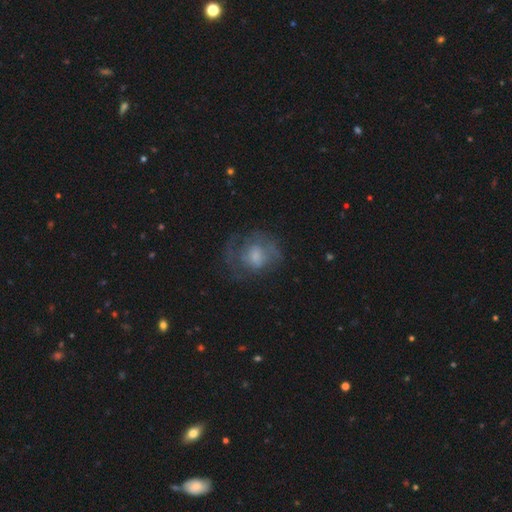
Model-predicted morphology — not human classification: Smooth or featured: featured or disk — 56% (smooth — 33%)
Edge-on disk: no — 97% (yes — 3%)
Bar: no — 63% (weak — 31%)
Spiral arms: yes — 68% (no — 32%)
Bulge size: moderate — 41% (small — 26%)
Merging: none — 59% (major disturbance — 20%)